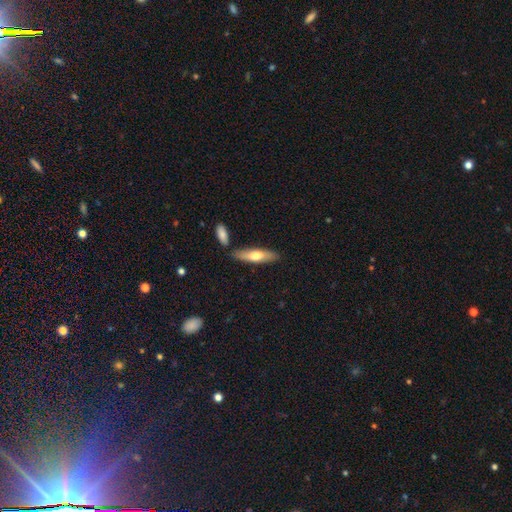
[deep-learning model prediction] Morphology: type=smooth (62%); roundness=cigar-shaped (69%); merging=none (78%).